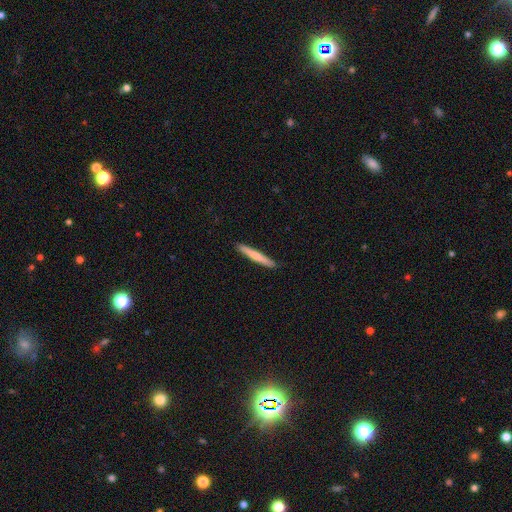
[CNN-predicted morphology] Q: Smooth or featured?
A: smooth (67%); runner-up: featured or disk (28%)
Q: How rounded?
A: cigar-shaped (96%); runner-up: in between (3%)
Q: Merging?
A: none (92%); runner-up: minor disturbance (6%)